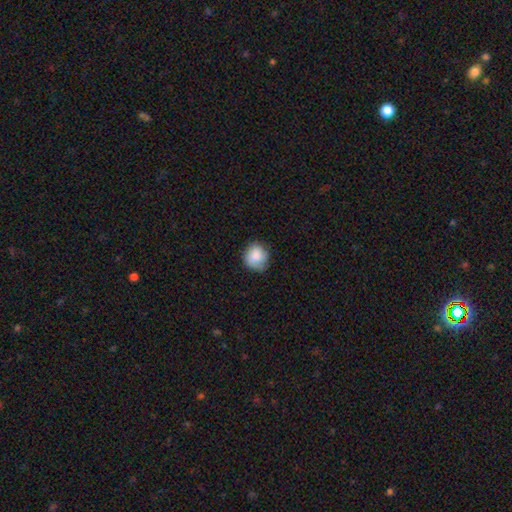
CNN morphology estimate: Smooth or featured? smooth (84%)
How rounded? round (81%)
Merging? none (70%)